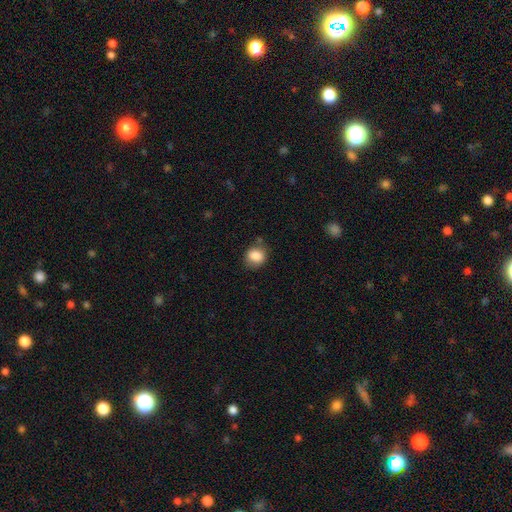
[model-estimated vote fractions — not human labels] Smooth or featured?
  - smooth: 85% *
  - star or artifact: 9%
  - featured or disk: 6%
How rounded?
  - round: 70% *
  - in between: 29%
  - cigar-shaped: 1%
Merging?
  - none: 73% *
  - minor disturbance: 19%
  - major disturbance: 5%
  - merger: 4%